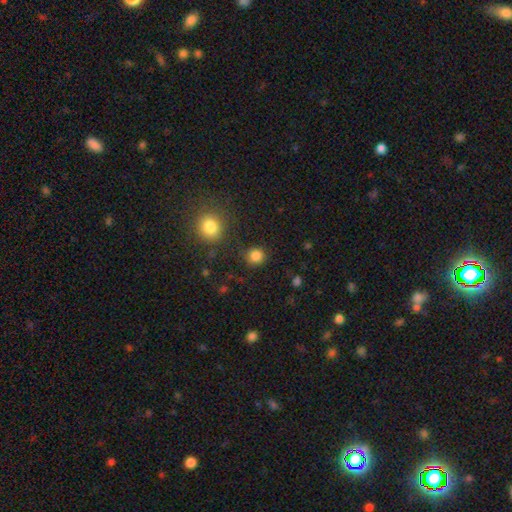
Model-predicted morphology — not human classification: smooth_or_featured: smooth (p=0.84) [alt: star or artifact p=0.12]
how_rounded: round (p=0.90) [alt: in between p=0.09]
merging: none (p=0.85) [alt: minor disturbance p=0.08]